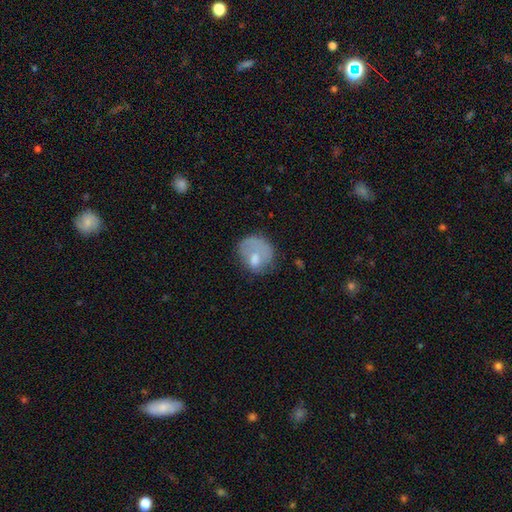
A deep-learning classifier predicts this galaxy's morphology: Smooth or featured?
  - smooth: 57% *
  - featured or disk: 34%
  - star or artifact: 8%
How rounded?
  - round: 65% *
  - in between: 34%
  - cigar-shaped: 1%
Merging?
  - none: 41% *
  - major disturbance: 29%
  - minor disturbance: 25%
  - merger: 5%